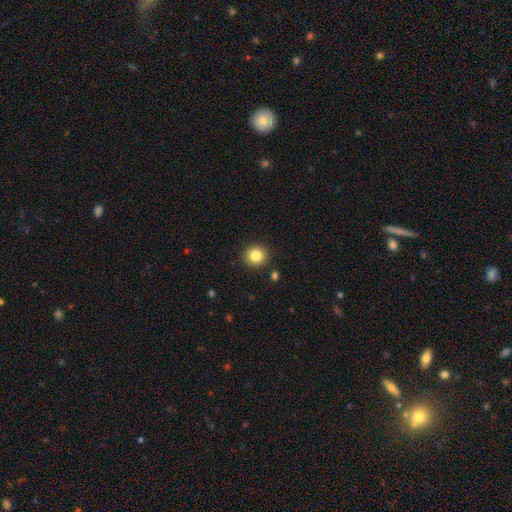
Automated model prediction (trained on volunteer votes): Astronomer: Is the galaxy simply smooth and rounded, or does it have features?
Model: smooth — 84%.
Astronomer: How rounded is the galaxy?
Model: round — 90%.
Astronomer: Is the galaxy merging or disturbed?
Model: none — 90%.